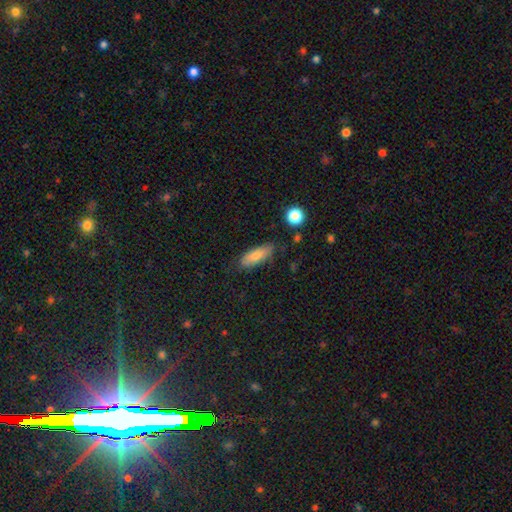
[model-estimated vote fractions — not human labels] This appears to be a smooth galaxy with no disk features (78%) that is in between round and cigar-shaped (65%). Merging: none (76%).